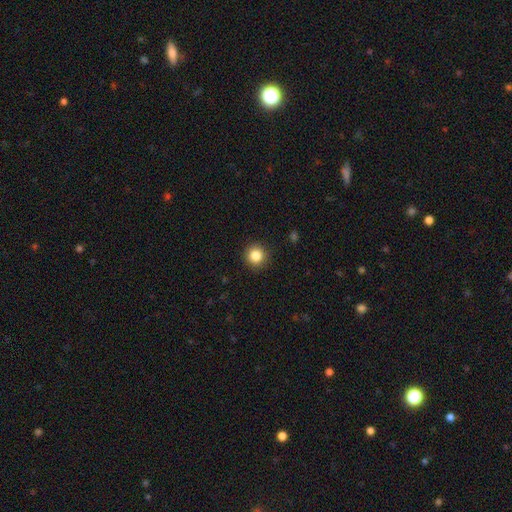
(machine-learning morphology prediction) Overall: smooth (85%). How rounded: round (94%). Merging: none (91%).